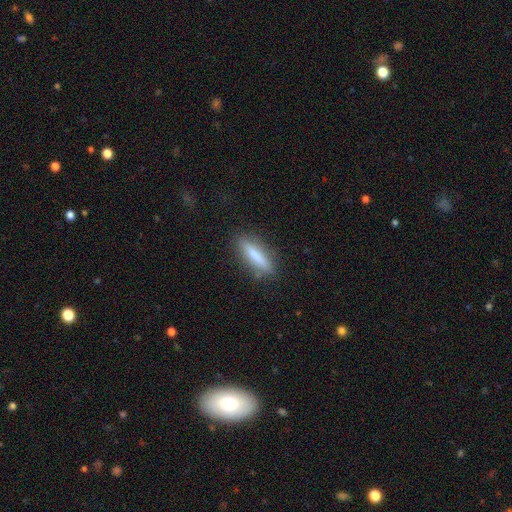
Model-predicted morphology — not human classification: type=smooth (70%); roundness=cigar-shaped (81%); merging=none (86%).